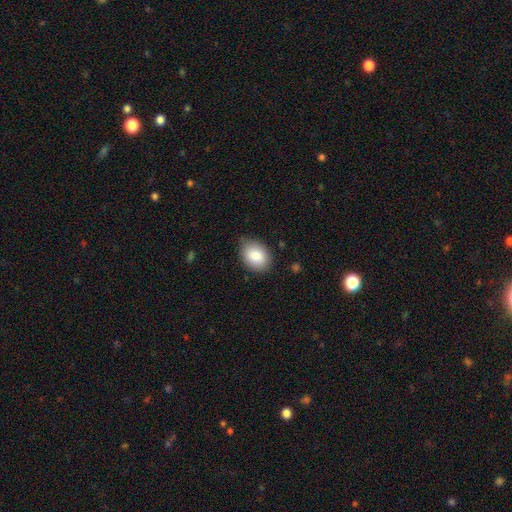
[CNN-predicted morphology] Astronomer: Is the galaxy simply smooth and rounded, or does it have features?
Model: smooth — 84%.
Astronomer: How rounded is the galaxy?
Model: in between — 71%.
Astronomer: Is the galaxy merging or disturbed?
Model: none — 80%.